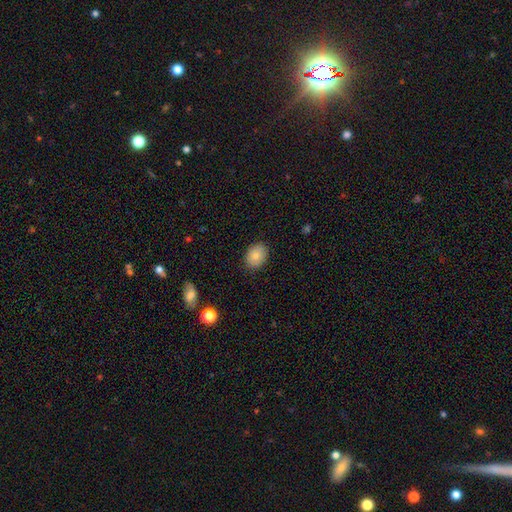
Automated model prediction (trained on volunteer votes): Smooth or featured? Predicted: smooth (p=0.82). How rounded? Predicted: in between (p=0.63). Merging? Predicted: none (p=0.87).